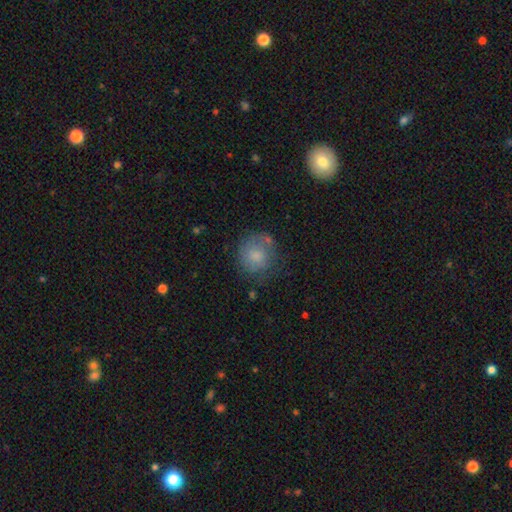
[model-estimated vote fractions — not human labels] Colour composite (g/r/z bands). It shows a smooth galaxy with no disk features (75%) that is round (86%). Merging: none (62%).